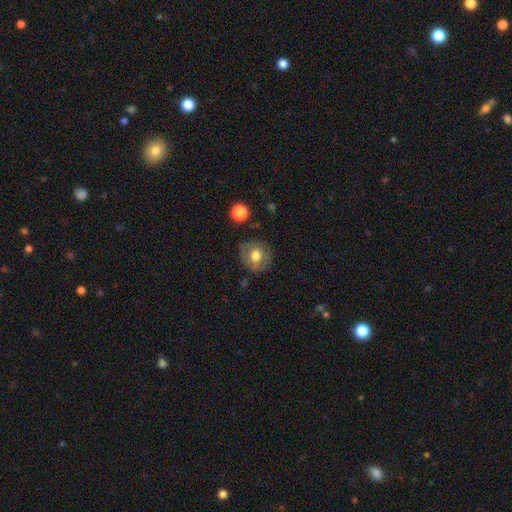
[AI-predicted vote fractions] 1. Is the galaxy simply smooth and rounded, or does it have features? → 66% smooth, 25% featured or disk, 9% star or artifact.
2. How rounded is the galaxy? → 85% round, 14% in between, 1% cigar-shaped.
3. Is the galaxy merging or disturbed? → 76% none, 16% minor disturbance, 5% major disturbance, 2% merger.